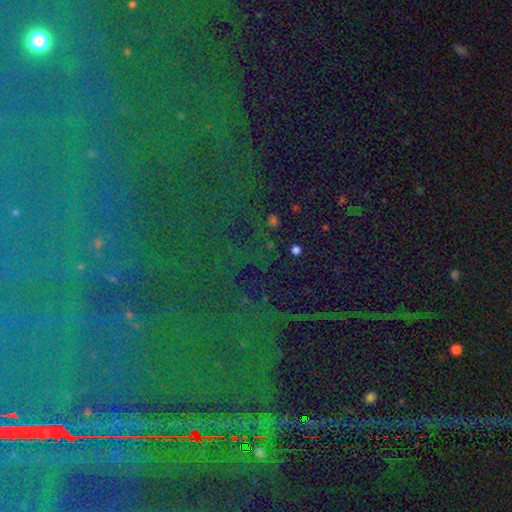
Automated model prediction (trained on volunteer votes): Smooth or featured? star or artifact (85%)